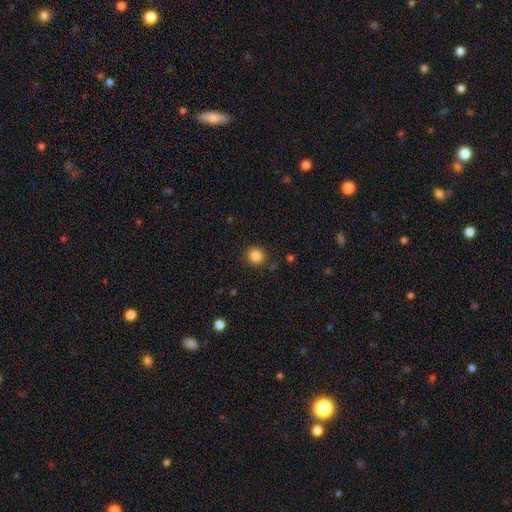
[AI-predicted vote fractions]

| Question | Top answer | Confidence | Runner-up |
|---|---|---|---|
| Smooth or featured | smooth | 85% | star or artifact (11%) |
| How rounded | round | 92% | in between (7%) |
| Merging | none | 89% | minor disturbance (7%) |